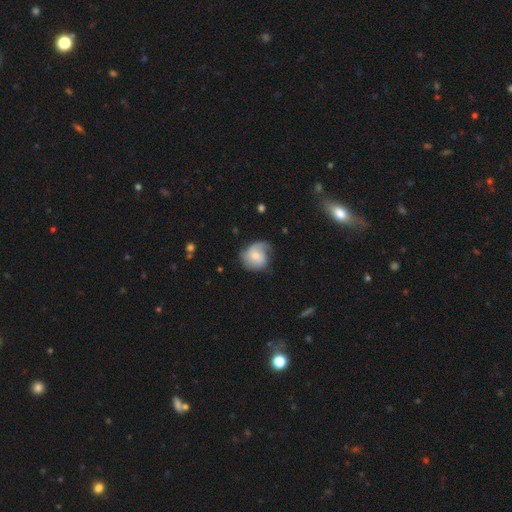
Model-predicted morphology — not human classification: Smooth or featured?
  - featured or disk: 53% *
  - smooth: 39%
  - star or artifact: 7%
Edge-on disk?
  - no: 97% *
  - yes: 3%
Bar?
  - no: 62% *
  - weak: 32%
  - strong: 6%
Spiral arms?
  - yes: 86% *
  - no: 14%
Bulge size?
  - small: 53% *
  - moderate: 38%
  - none: 5%
  - large: 3%
  - dominant: 1%
Merging?
  - none: 51% *
  - minor disturbance: 29%
  - major disturbance: 19%
  - merger: 2%